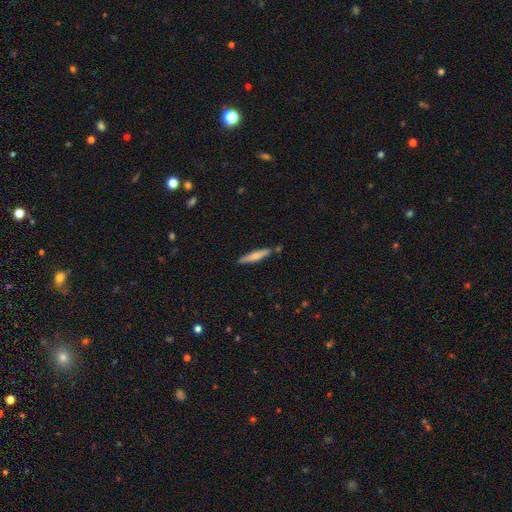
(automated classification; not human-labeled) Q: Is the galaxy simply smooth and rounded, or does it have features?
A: smooth — 63%.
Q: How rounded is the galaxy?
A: cigar-shaped — 90%.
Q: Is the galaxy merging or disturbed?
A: none — 82%.